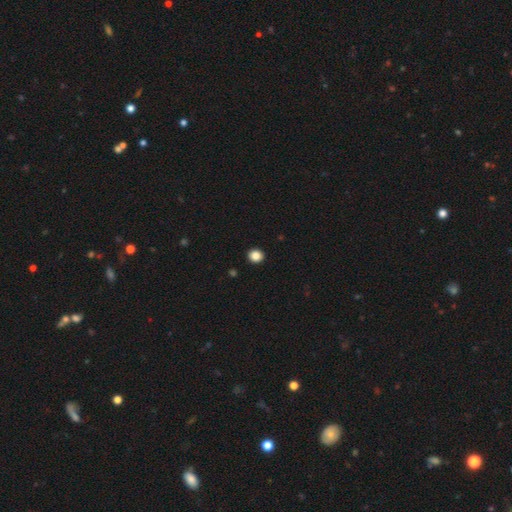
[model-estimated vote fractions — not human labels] A smooth galaxy with no disk features (86%) that is round (85%). Merging: none (93%).